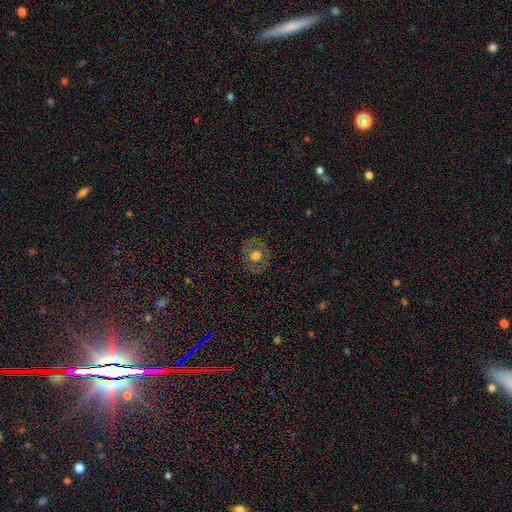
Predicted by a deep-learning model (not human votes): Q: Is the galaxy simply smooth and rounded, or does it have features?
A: smooth — 49%.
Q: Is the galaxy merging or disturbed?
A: none — 82%.